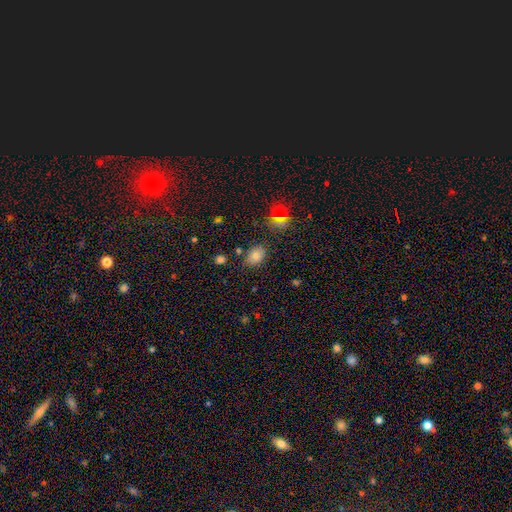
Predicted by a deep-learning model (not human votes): The model was most divided on "how rounded": in between: 76%, round: 23%, cigar-shaped: 1%. More confident: merging — none (79%); smooth or featured — smooth (74%).